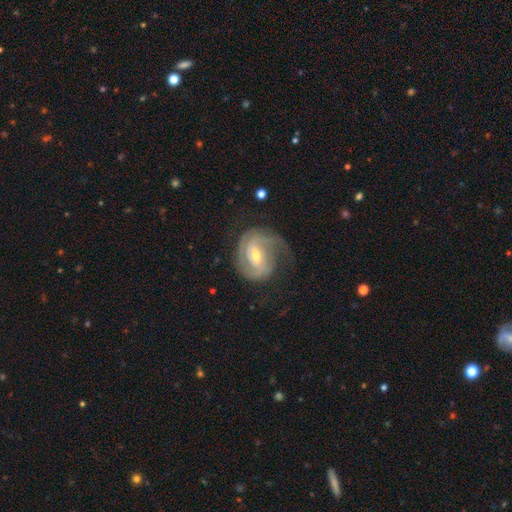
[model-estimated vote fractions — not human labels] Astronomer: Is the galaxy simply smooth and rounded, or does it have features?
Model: featured or disk — 87%.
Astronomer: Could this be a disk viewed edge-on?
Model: no — 97%.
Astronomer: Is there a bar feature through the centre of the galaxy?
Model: weak — 49% (runner-up: strong, 29%).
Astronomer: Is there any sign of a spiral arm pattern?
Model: yes — 96%.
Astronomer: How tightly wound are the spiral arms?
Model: tight — 52% (runner-up: medium, 37%).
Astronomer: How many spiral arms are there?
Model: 2 — 62%.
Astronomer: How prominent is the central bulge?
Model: small — 49% (runner-up: moderate, 48%).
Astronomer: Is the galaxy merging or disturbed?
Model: none — 65%.